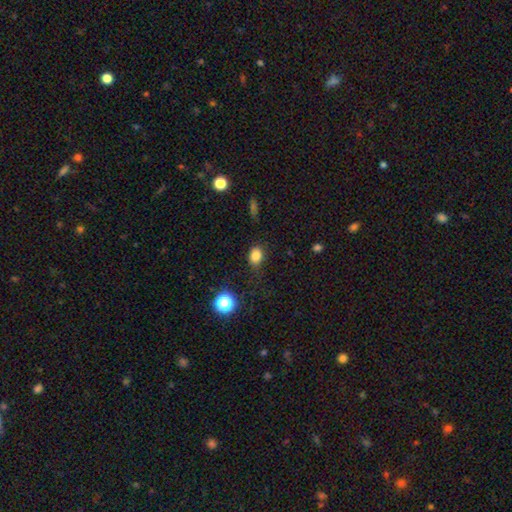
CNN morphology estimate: type=smooth (81%); roundness=in between (62%); merging=none (76%).